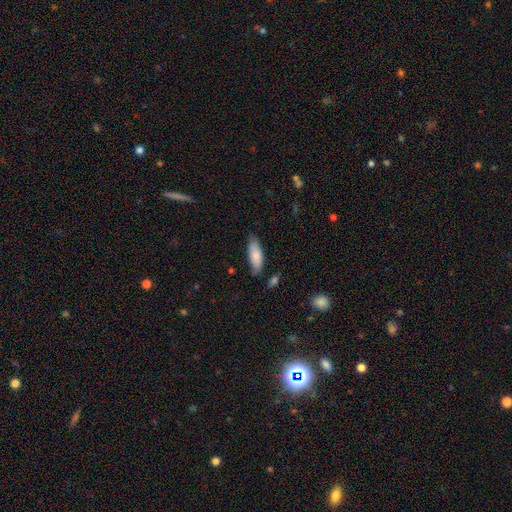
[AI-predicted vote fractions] smooth_or_featured: smooth (p=0.81) [alt: featured or disk p=0.13]
how_rounded: in between (p=0.71) [alt: cigar-shaped p=0.27]
merging: none (p=0.70) [alt: minor disturbance p=0.23]